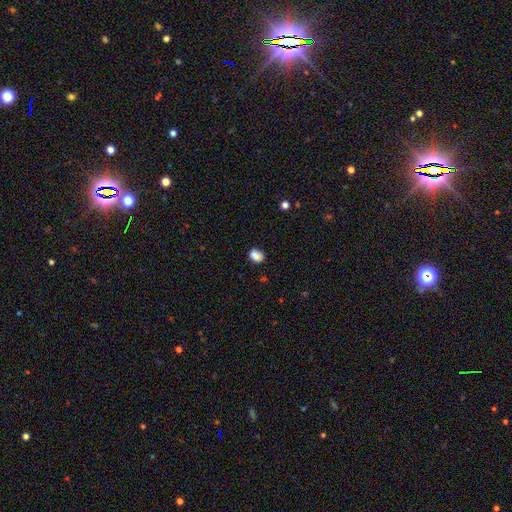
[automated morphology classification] smooth_or_featured: smooth (p=0.85) [alt: star or artifact p=0.10]
how_rounded: in between (p=0.66) [alt: round p=0.33]
merging: none (p=0.76) [alt: minor disturbance p=0.17]